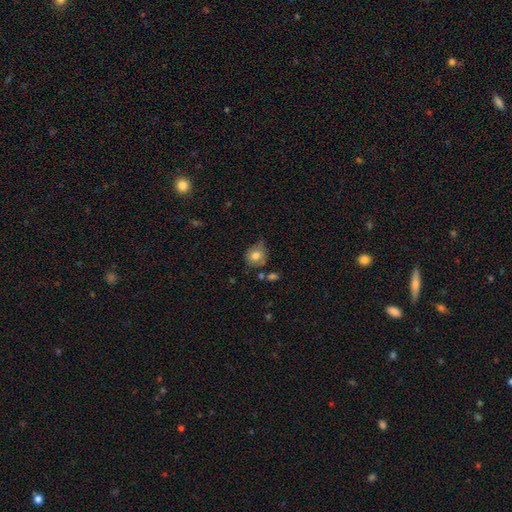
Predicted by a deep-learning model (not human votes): Overall: smooth (76%). How rounded: round (68%; in between 31%). Merging: none (50%; minor disturbance 33%).